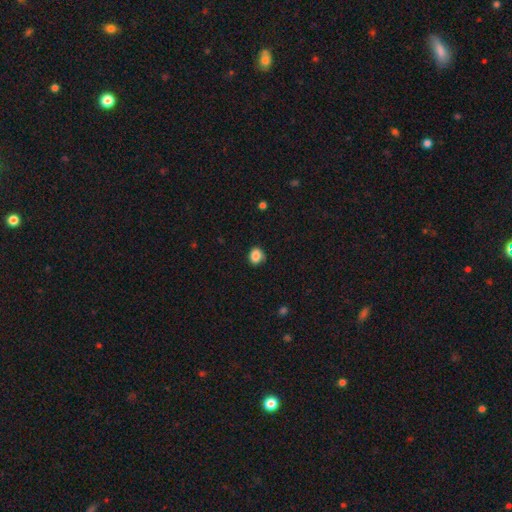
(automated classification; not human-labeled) Overall: smooth (85%). How rounded: round (61%; in between 38%). Merging: none (72%).